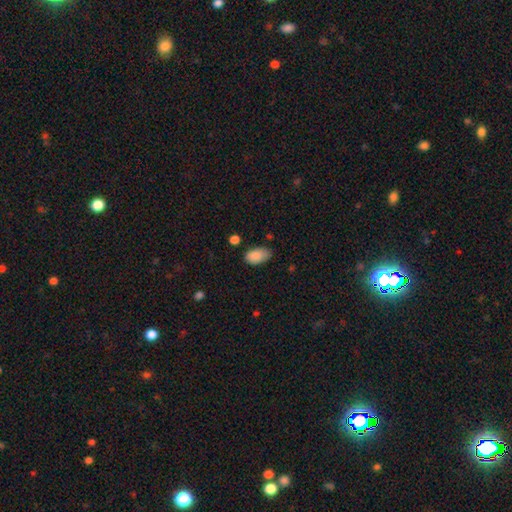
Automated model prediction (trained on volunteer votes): smooth-or-featured: smooth: 88% | star or artifact: 8% | featured or disk: 5%
  how-rounded: in between: 93% | round: 5% | cigar-shaped: 2%
  merging: none: 67% | minor disturbance: 26% | major disturbance: 5% | merger: 2%